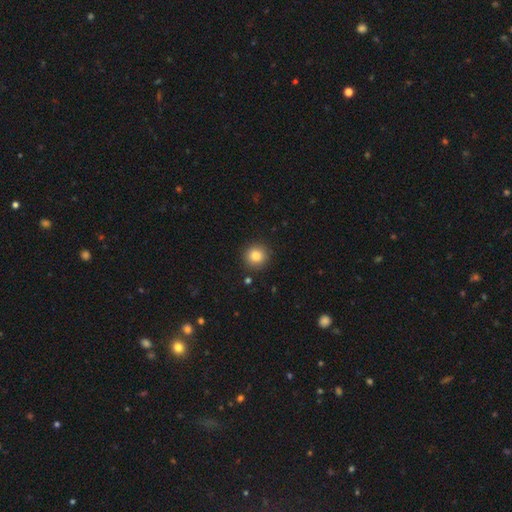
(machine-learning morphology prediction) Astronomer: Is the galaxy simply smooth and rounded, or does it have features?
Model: smooth — 83%.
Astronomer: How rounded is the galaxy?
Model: round — 94%.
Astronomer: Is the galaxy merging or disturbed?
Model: none — 90%.